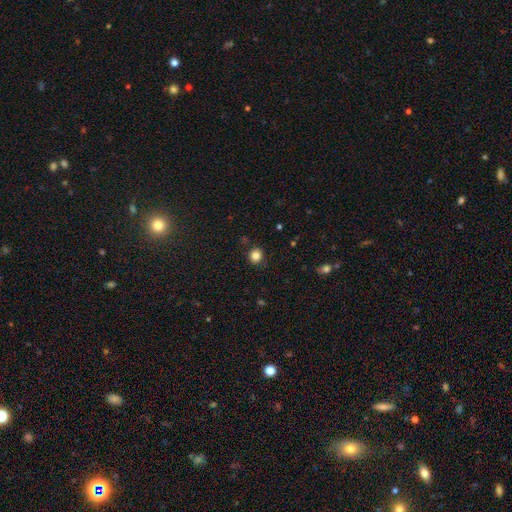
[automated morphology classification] Smooth or featured? Predicted: smooth (p=0.84). How rounded? Predicted: round (p=0.83). Merging? Predicted: none (p=0.87).